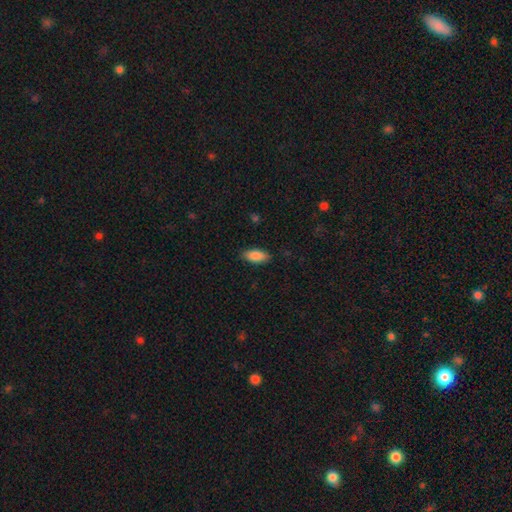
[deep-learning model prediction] Smooth or featured?
  - smooth: 87% *
  - star or artifact: 6%
  - featured or disk: 6%
How rounded?
  - in between: 87% *
  - cigar-shaped: 10%
  - round: 2%
Merging?
  - none: 86% *
  - minor disturbance: 11%
  - major disturbance: 2%
  - merger: 1%